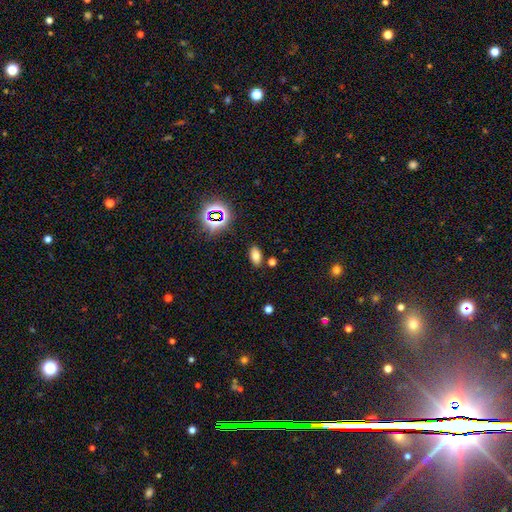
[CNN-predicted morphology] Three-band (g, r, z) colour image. It shows a smooth galaxy with no disk features (71%) that is in between round and cigar-shaped (90%). Merging: none (84%).